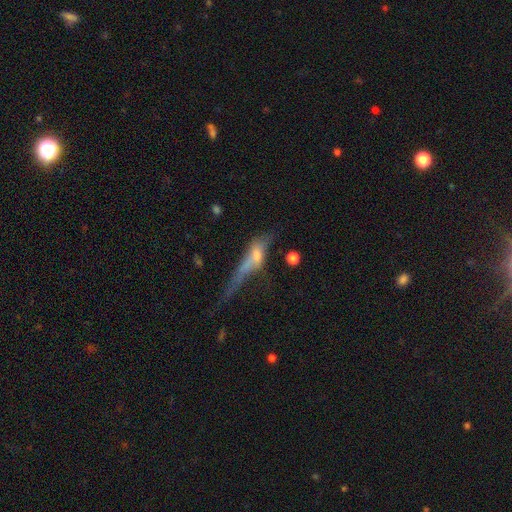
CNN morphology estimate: type=featured or disk (47%); merging=major disturbance (47%).